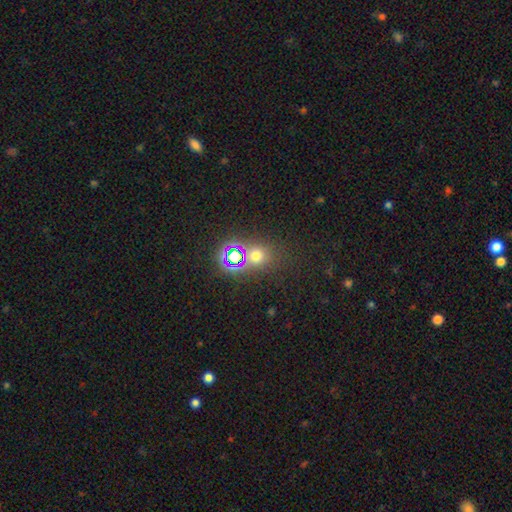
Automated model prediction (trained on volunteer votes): smooth-or-featured: smooth: 52% | star or artifact: 39% | featured or disk: 8%
  how-rounded: round: 76% | in between: 23% | cigar-shaped: 1%
  merging: none: 73% | merger: 11% | minor disturbance: 11% | major disturbance: 5%